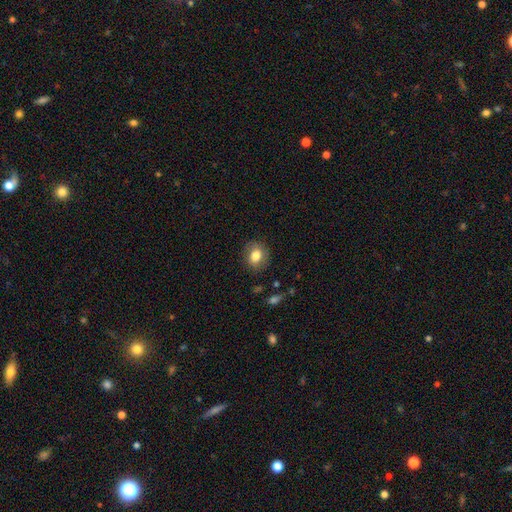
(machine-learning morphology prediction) Smooth or featured? Predicted: smooth (p=0.81). How rounded? Predicted: round (p=0.58). Merging? Predicted: none (p=0.85).